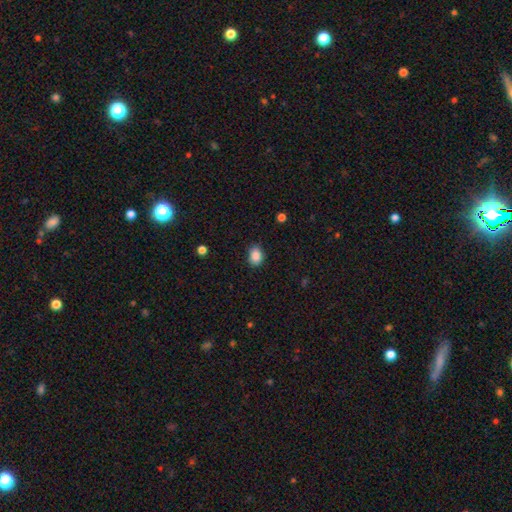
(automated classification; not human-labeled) Smooth or featured? smooth (88%)
How rounded? in between (64%)
Merging? none (85%)